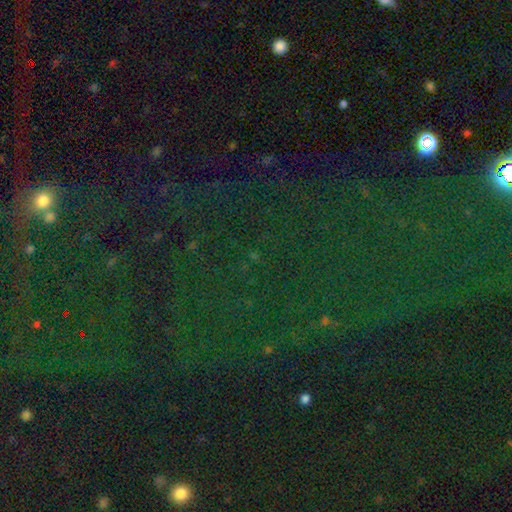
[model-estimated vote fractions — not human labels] Smooth or featured?
  - star or artifact: 79% *
  - smooth: 12%
  - featured or disk: 9%